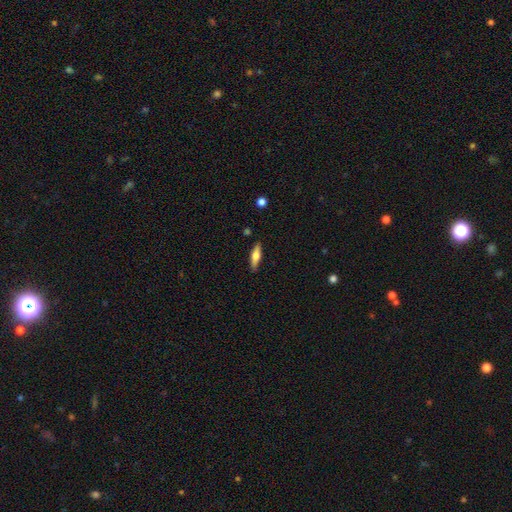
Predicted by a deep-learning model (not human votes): The model was most divided on "smooth or featured": smooth: 53%, featured or disk: 41%, star or artifact: 6%. More confident: merging — none (88%); how rounded — cigar-shaped (64%).